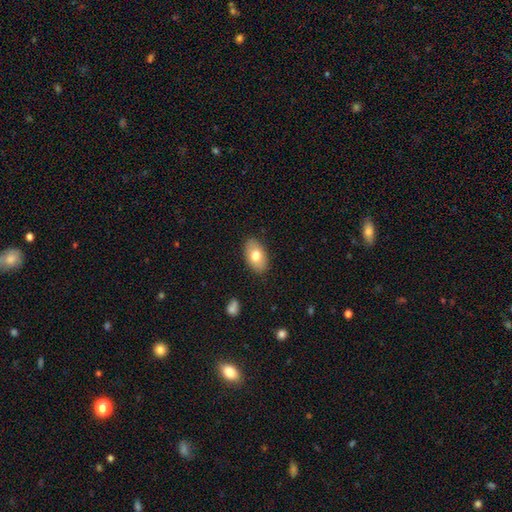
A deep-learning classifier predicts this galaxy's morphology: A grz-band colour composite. It shows a smooth galaxy with no disk features (73%) that is in between round and cigar-shaped (91%). Merging: none (86%).